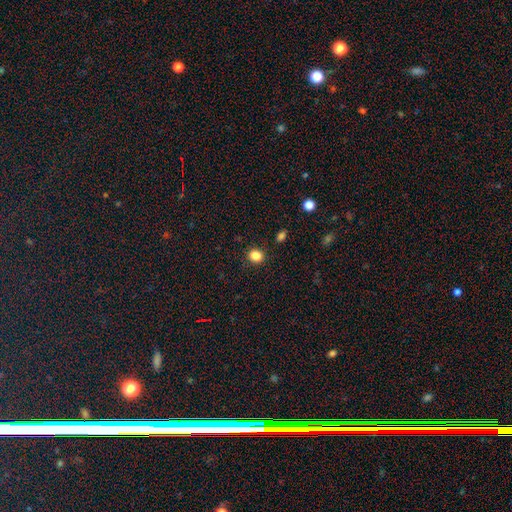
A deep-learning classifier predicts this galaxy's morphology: smooth-or-featured: smooth: 85% | star or artifact: 11% | featured or disk: 4%
  how-rounded: round: 68% | in between: 31% | cigar-shaped: 1%
  merging: none: 88% | minor disturbance: 8% | major disturbance: 2% | merger: 2%